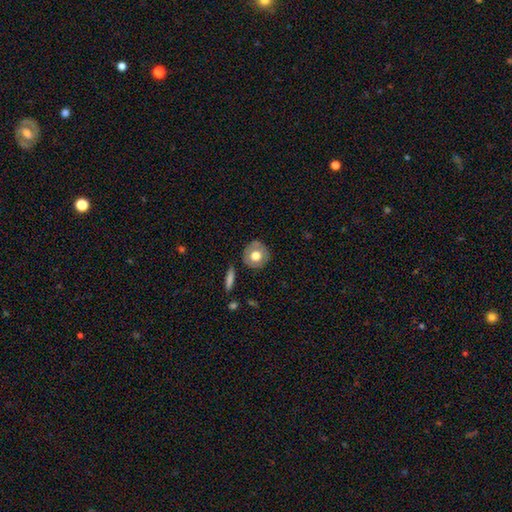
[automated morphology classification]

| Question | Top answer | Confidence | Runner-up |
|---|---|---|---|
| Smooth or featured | smooth | 63% | featured or disk (30%) |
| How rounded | round | 87% | in between (11%) |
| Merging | none | 84% | minor disturbance (11%) |